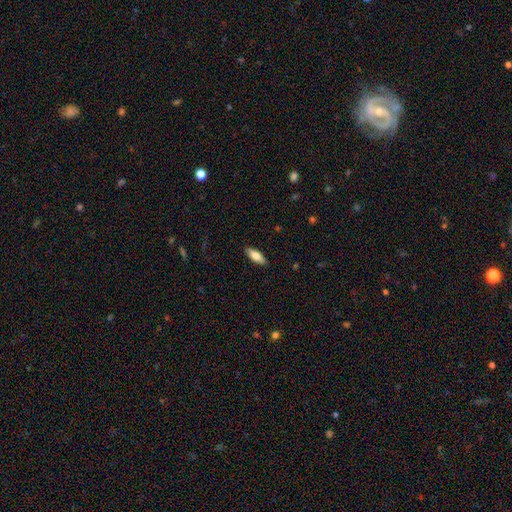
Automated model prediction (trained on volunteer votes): Morphology: type=smooth (77%); roundness=in between (69%); merging=none (88%).